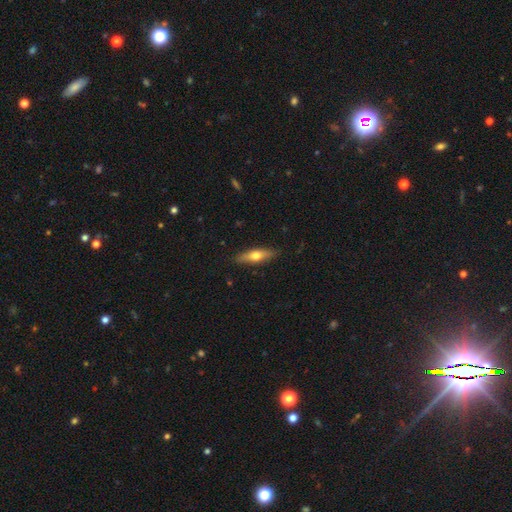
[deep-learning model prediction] The model was most divided on "smooth or featured": smooth: 56%, featured or disk: 38%, star or artifact: 6%. More confident: merging — none (87%); how rounded — cigar-shaped (60%).